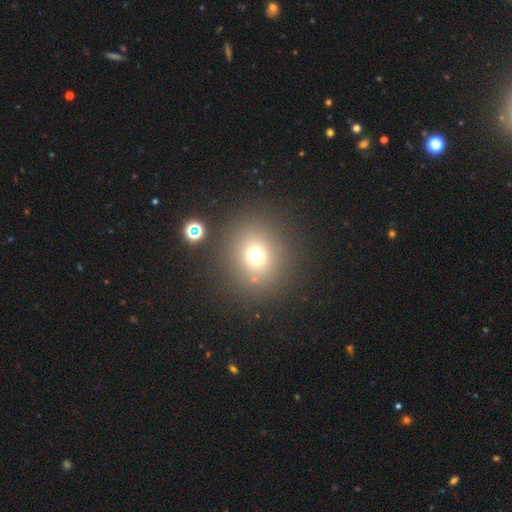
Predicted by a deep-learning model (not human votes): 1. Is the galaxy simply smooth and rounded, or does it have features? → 71% smooth, 20% star or artifact, 9% featured or disk.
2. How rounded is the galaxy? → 84% round, 15% in between, 1% cigar-shaped.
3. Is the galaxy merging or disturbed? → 84% none, 7% minor disturbance, 5% merger, 4% major disturbance.